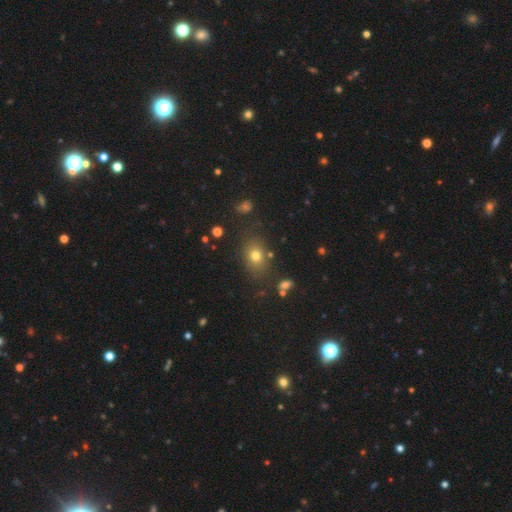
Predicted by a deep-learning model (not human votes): The model was most divided on "how rounded": in between: 65%, round: 34%, cigar-shaped: 2%. More confident: merging — none (79%); smooth or featured — smooth (72%).